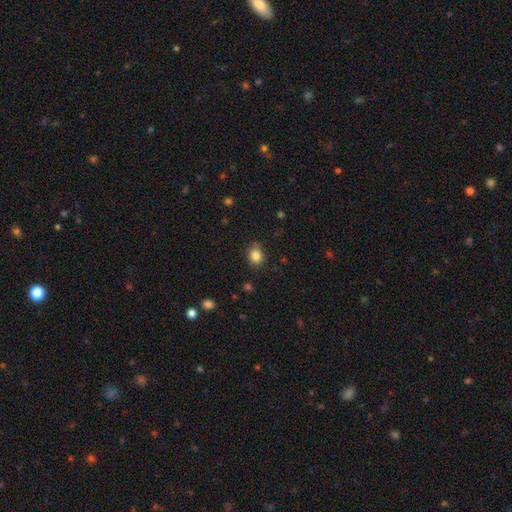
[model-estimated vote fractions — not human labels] A smooth galaxy with no disk features (84%) that is round (65%). Merging: none (78%).